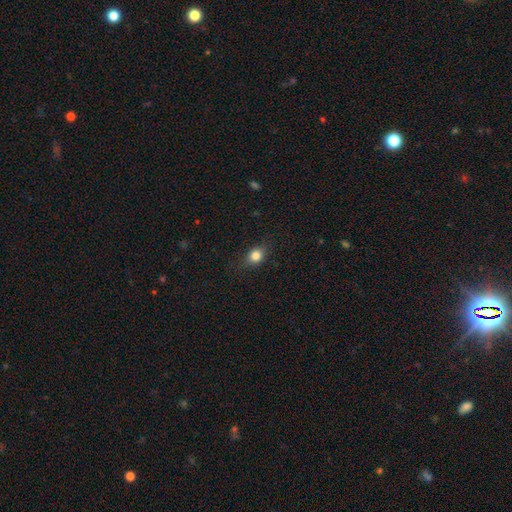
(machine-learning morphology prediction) Overall: smooth (81%). How rounded: round (50%; in between 47%). Merging: none (81%).